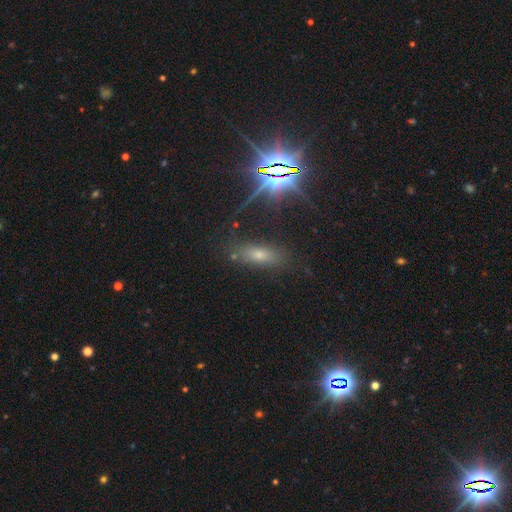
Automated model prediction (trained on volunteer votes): Smooth or featured: star or artifact — 42% (smooth — 37%)